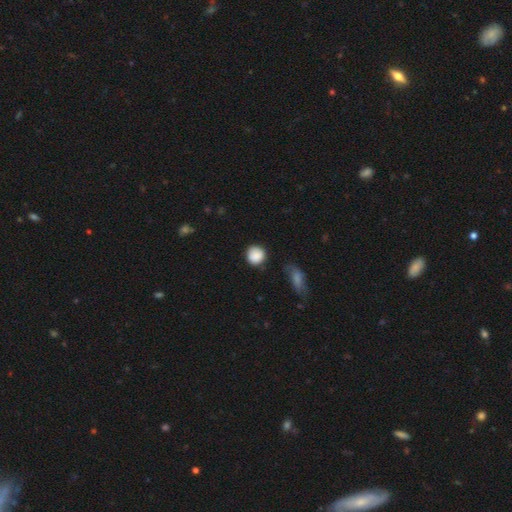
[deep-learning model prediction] Smooth or featured? smooth (88%)
How rounded? round (89%)
Merging? none (77%)